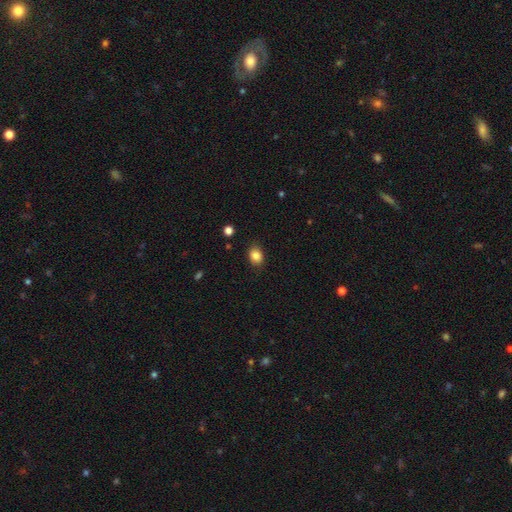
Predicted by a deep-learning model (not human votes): A smooth galaxy with no disk features (85%) that is in between round and cigar-shaped (59%).

Vote fractions:
- Smooth or featured? smooth: 85% / star or artifact: 10% / featured or disk: 5%
- How rounded? in between: 59% / round: 40% / cigar-shaped: 1%
- Merging? none: 83% / minor disturbance: 12% / major disturbance: 3% / merger: 1%